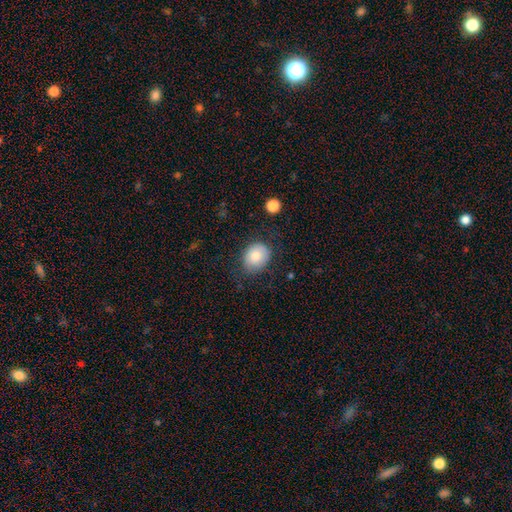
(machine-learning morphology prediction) type=smooth (81%); roundness=round (55%); merging=none (72%).